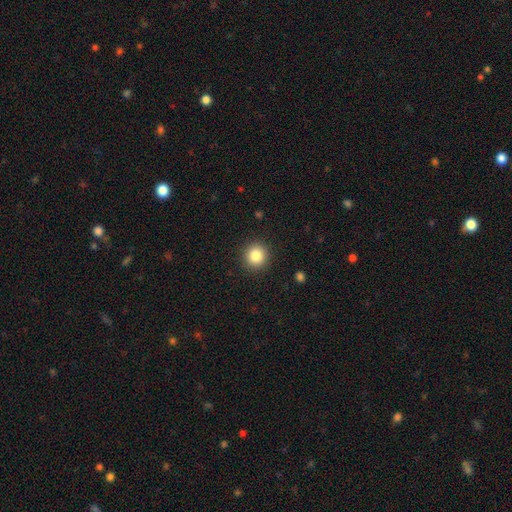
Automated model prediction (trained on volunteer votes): Q: Smooth or featured?
A: smooth (84%); runner-up: star or artifact (10%)
Q: How rounded?
A: round (92%); runner-up: in between (7%)
Q: Merging?
A: none (91%); runner-up: minor disturbance (6%)